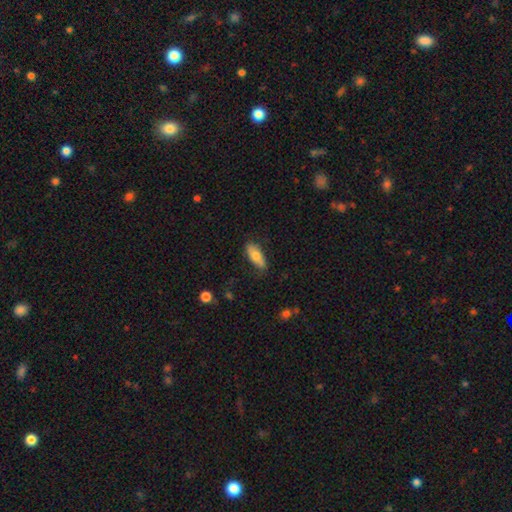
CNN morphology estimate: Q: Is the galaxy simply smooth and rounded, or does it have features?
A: smooth — 71%.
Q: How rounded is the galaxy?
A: in between — 73%.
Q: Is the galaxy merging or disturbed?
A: none — 78%.